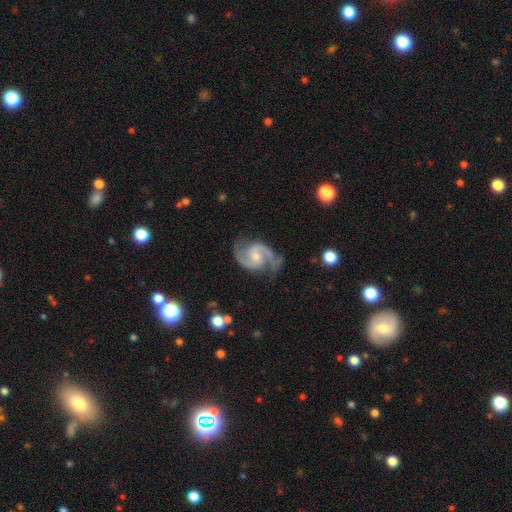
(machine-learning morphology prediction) The model was most divided on "bar": weak: 46%, no: 44%, strong: 9%. Remaining: spiral arms — yes (98%); edge-on disk — no (98%); spiral arm count — 2 (93%); smooth or featured — featured or disk (92%); merging — none (75%); spiral winding — medium (62%); bulge size — small (47%).